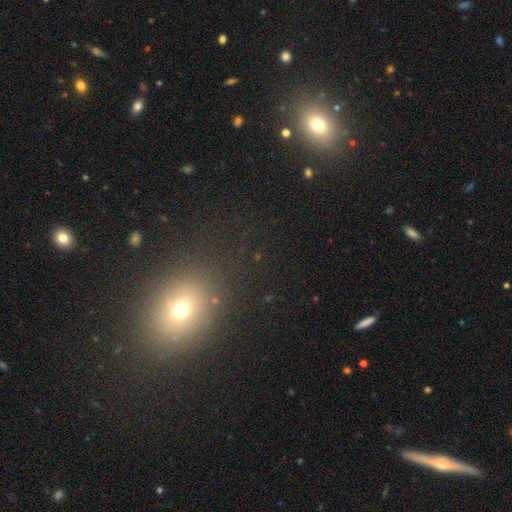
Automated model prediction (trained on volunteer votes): smooth_or_featured: smooth (p=0.54) [alt: star or artifact p=0.34]
how_rounded: in between (p=0.52) [alt: round p=0.46]
merging: none (p=0.85) [alt: minor disturbance p=0.09]